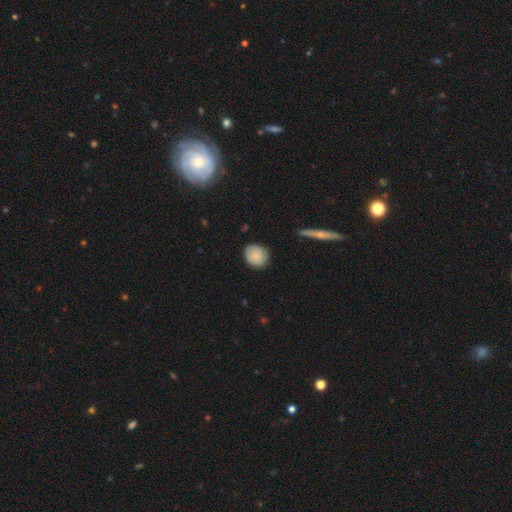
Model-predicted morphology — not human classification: smooth_or_featured: smooth (p=0.72) [alt: featured or disk p=0.21]
how_rounded: round (p=0.74) [alt: in between p=0.25]
merging: none (p=0.76) [alt: minor disturbance p=0.20]